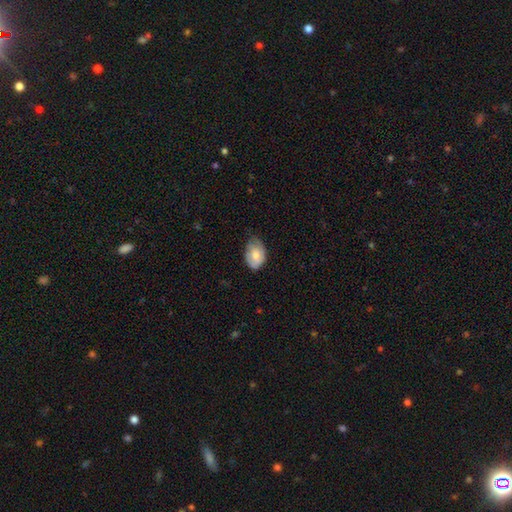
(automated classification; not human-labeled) Smooth or featured?
  - smooth: 68% *
  - featured or disk: 26%
  - star or artifact: 6%
How rounded?
  - in between: 82% *
  - round: 17%
  - cigar-shaped: 1%
Merging?
  - none: 46% *
  - minor disturbance: 43%
  - major disturbance: 10%
  - merger: 1%